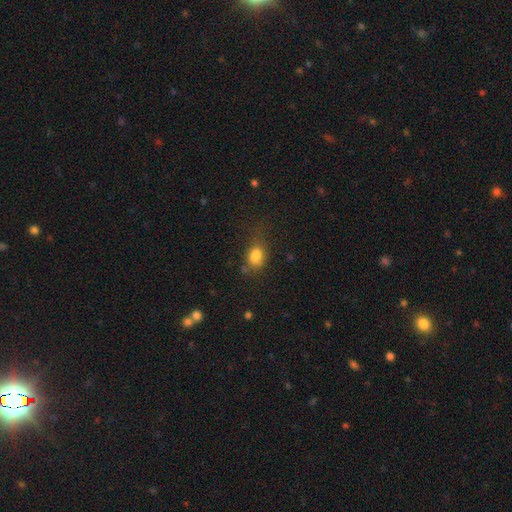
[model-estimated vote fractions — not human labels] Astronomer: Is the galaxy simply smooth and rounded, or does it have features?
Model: smooth — 79%.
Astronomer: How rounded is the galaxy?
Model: in between — 72%.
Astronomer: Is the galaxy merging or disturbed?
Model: none — 44% (runner-up: minor disturbance, 28%).